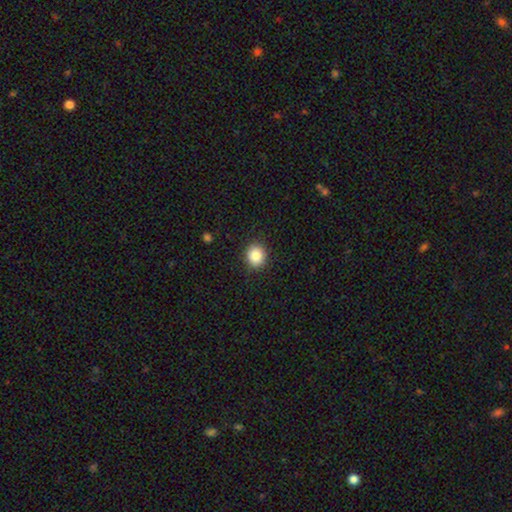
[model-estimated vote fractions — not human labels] Overall: smooth (86%). How rounded: round (78%). Merging: none (90%).